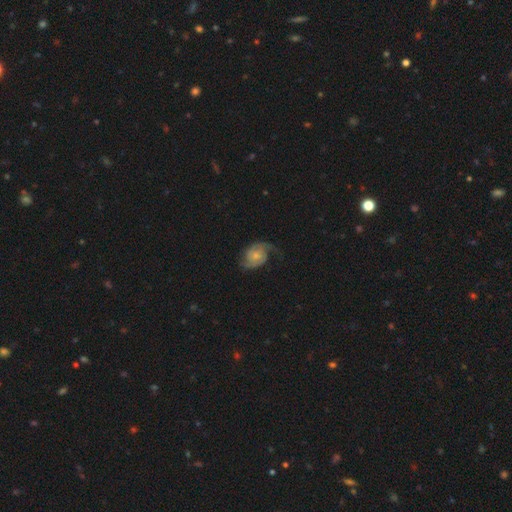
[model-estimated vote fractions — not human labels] The model was most divided on "spiral winding": medium: 42%, loose: 34%, tight: 23%. More confident: edge-on disk — no (97%); spiral arms — yes (95%); spiral arm count — 2 (85%); smooth or featured — featured or disk (79%); bar — no (70%); merging — none (63%); bulge size — small (56%).